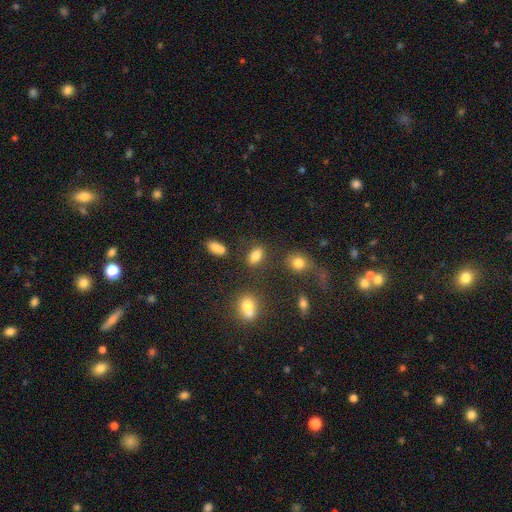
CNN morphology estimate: This appears to be a smooth galaxy with no disk features (80%) that is in between round and cigar-shaped (86%). Merging: none (77%).